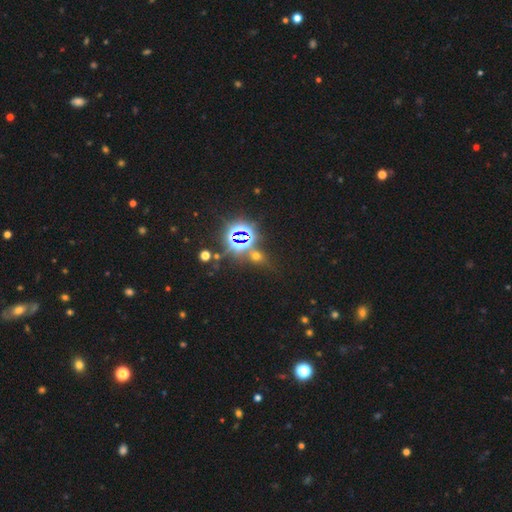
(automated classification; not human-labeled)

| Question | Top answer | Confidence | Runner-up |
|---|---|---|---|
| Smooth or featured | star or artifact | 58% | smooth (33%) |